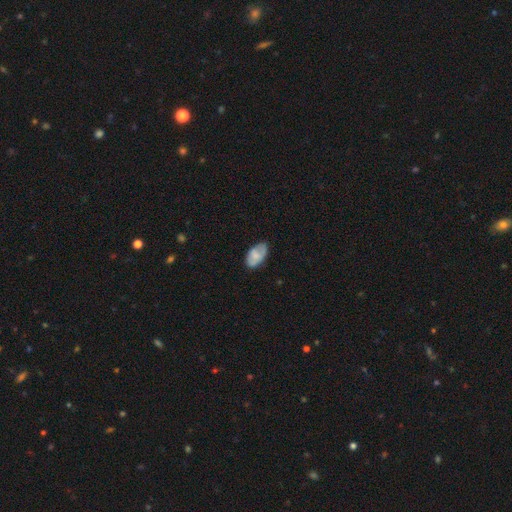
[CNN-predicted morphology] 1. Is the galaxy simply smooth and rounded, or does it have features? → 66% smooth, 26% featured or disk, 7% star or artifact.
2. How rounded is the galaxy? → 93% in between, 5% round, 2% cigar-shaped.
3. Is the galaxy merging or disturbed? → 63% none, 28% minor disturbance, 7% major disturbance, 2% merger.